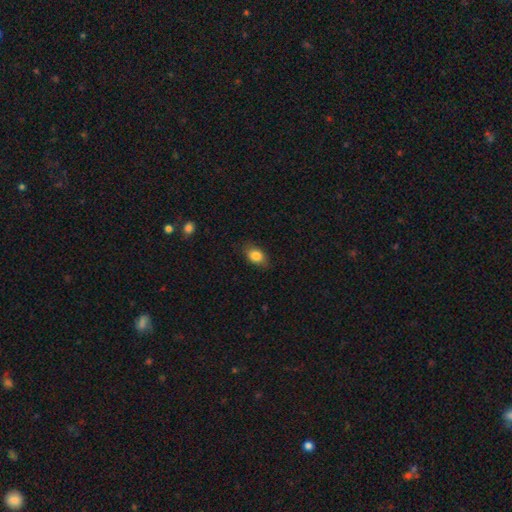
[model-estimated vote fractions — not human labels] This is clearly a smooth galaxy (84%). How rounded: likely in between (79%). Merging: clearly none (81%).